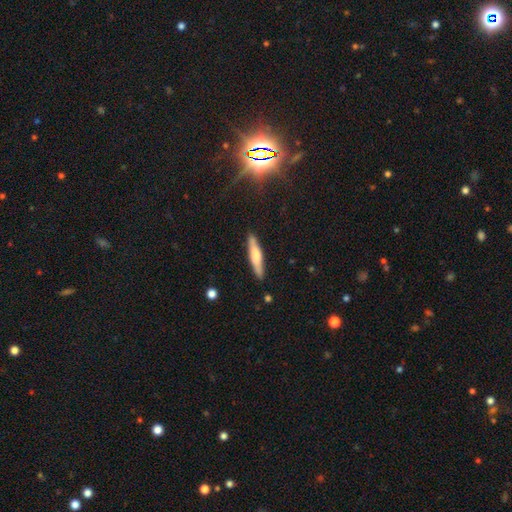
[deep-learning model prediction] Overall: smooth (60%; featured or disk 34%). How rounded: cigar-shaped (87%). Merging: none (88%).